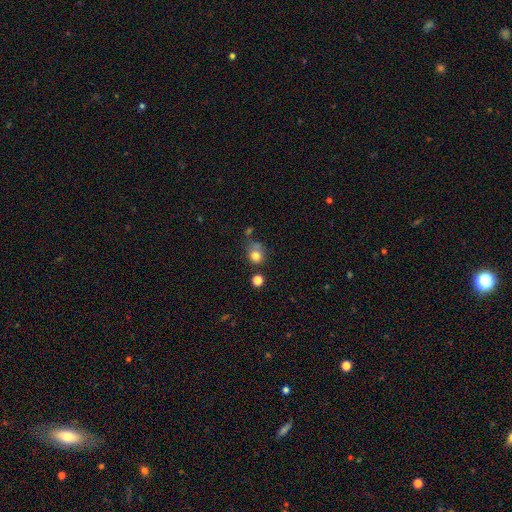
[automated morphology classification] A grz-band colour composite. It shows a smooth galaxy with no disk features (79%) that is round (76%). Merging: none (53%).